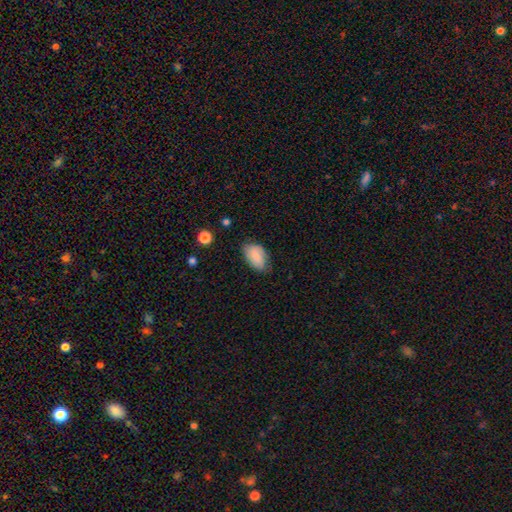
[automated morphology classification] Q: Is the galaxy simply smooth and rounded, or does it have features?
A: smooth — 83%.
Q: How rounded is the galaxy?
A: in between — 92%.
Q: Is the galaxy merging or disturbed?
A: none — 64%.